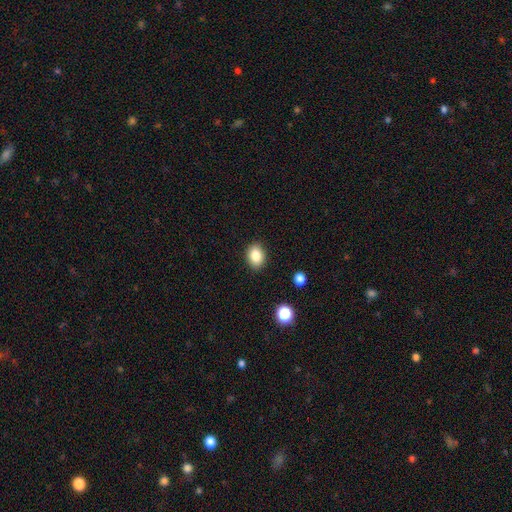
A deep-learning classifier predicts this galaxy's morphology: This appears to be a smooth galaxy with no disk features (84%) that is in between round and cigar-shaped (66%). Merging: none (88%).